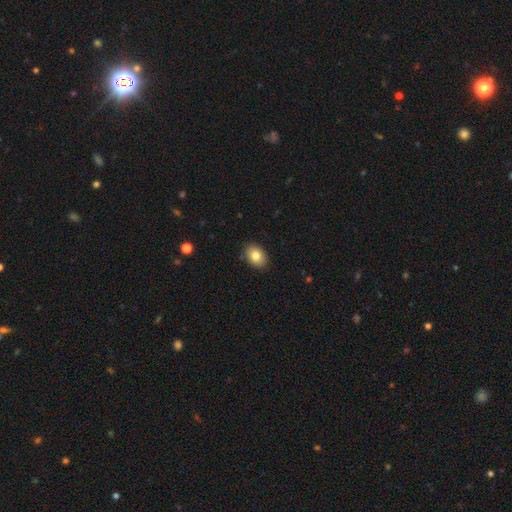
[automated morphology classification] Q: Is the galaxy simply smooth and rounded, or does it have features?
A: smooth — 82%.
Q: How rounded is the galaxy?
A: in between — 78%.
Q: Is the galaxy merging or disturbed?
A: none — 89%.